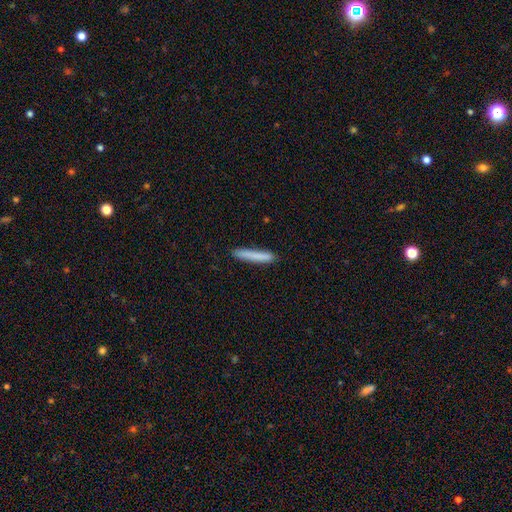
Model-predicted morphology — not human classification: Smooth or featured?
  - smooth: 81% *
  - featured or disk: 12%
  - star or artifact: 6%
How rounded?
  - cigar-shaped: 95% *
  - in between: 4%
  - round: 1%
Merging?
  - none: 89% *
  - minor disturbance: 8%
  - major disturbance: 2%
  - merger: 1%